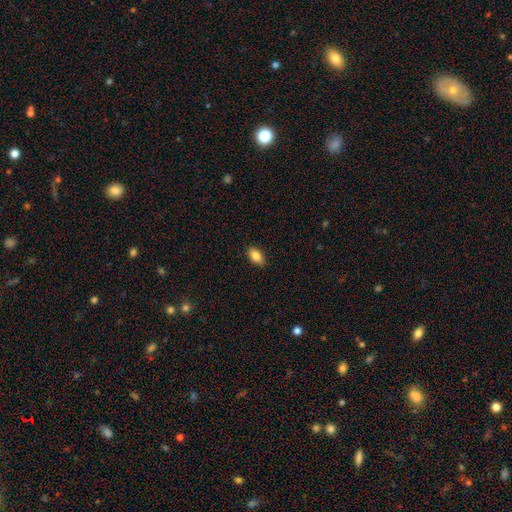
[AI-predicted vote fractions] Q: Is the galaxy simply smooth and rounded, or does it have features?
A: smooth — 85%.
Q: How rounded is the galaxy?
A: in between — 91%.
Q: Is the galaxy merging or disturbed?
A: none — 87%.